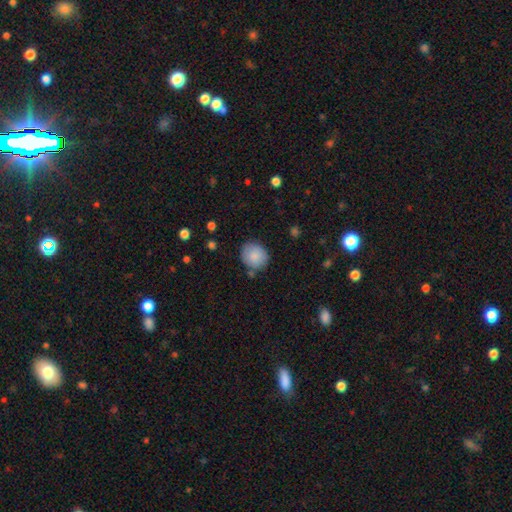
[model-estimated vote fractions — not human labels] A smooth galaxy with no disk features (84%) that is round (81%). Merging: none (79%).